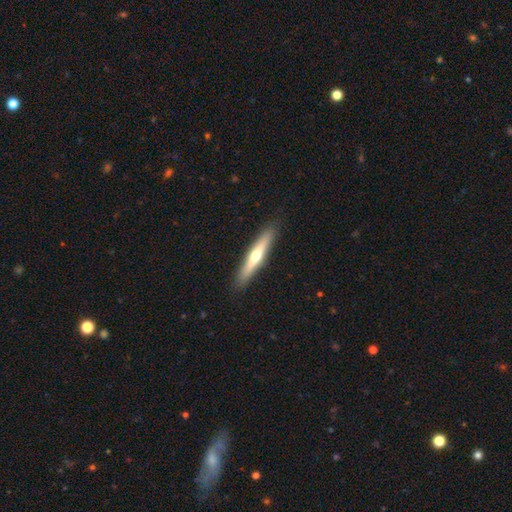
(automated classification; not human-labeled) Q: Smooth or featured?
A: featured or disk (49%); runner-up: smooth (46%)
Q: Merging?
A: none (90%); runner-up: minor disturbance (7%)